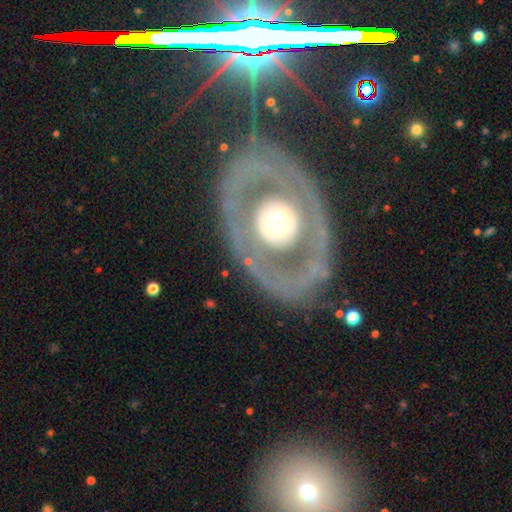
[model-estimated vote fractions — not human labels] Overall: featured or disk (70%). Edge-on disk: no (92%). Bar: no (90%). Spiral arms: no (80%). Bulge size: moderate (55%; large 29%). Merging: none (79%).